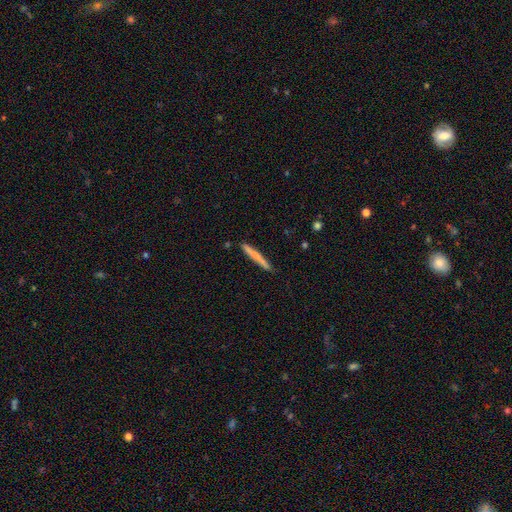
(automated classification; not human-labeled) smooth 60%, featured or disk 34%, star or artifact 6%. Down the decision tree: how rounded — cigar-shaped (96%); merging — none (87%).